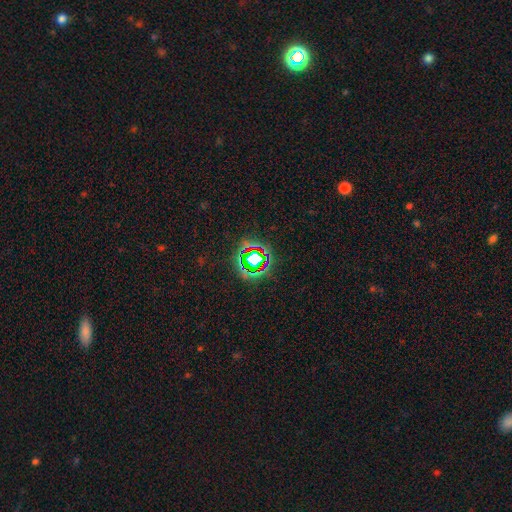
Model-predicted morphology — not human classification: type=star or artifact (70%).